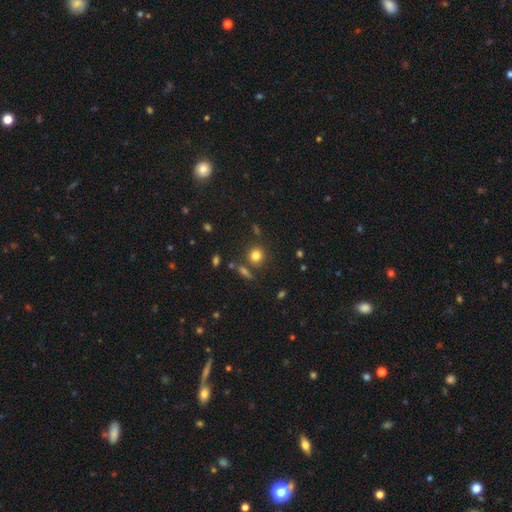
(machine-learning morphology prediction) Smooth or featured?
  - smooth: 79% *
  - star or artifact: 13%
  - featured or disk: 7%
How rounded?
  - round: 84% *
  - in between: 15%
  - cigar-shaped: 1%
Merging?
  - none: 78% *
  - minor disturbance: 10%
  - merger: 9%
  - major disturbance: 4%